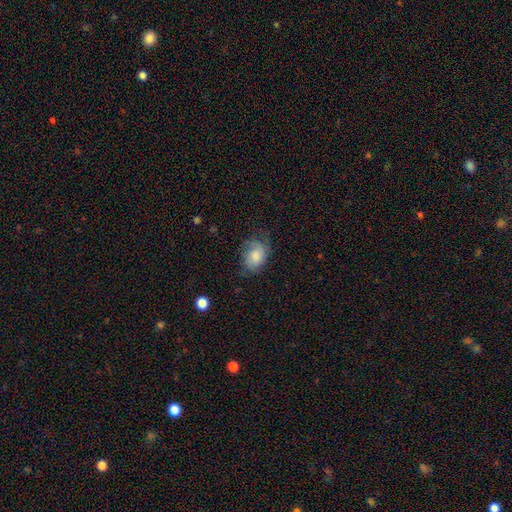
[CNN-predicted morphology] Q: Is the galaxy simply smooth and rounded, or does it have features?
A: smooth — 71%.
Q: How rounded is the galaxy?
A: in between — 71%.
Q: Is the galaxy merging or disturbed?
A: none — 51%.